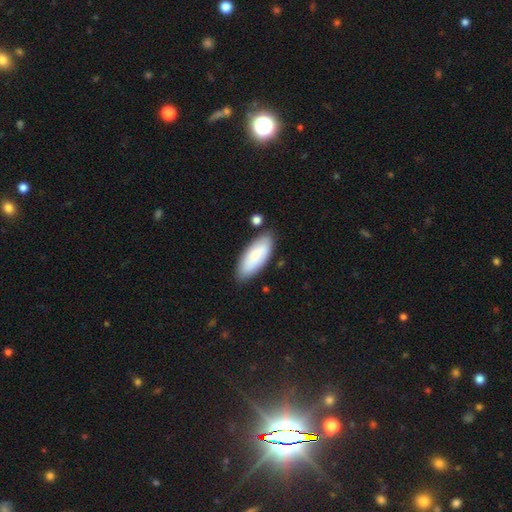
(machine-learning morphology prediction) type=smooth (78%); roundness=in between (79%); merging=none (80%).